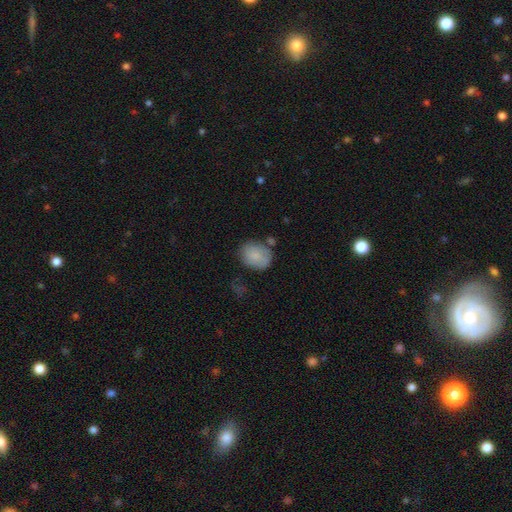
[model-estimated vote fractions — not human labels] The model was most divided on "how rounded": round: 51%, in between: 48%, cigar-shaped: 1%. More confident: smooth or featured — smooth (81%); merging — none (62%).